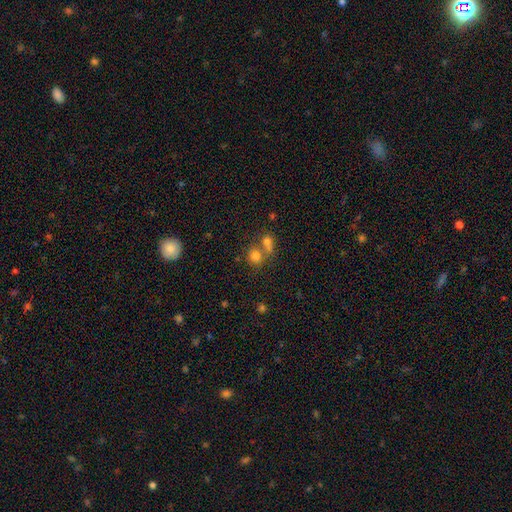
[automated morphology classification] The model was most divided on "merging" (2-way tie): merger: 44%, none: 44%, minor disturbance: 7%, major disturbance: 4%. More confident: how rounded — round (79%); smooth or featured — smooth (75%).